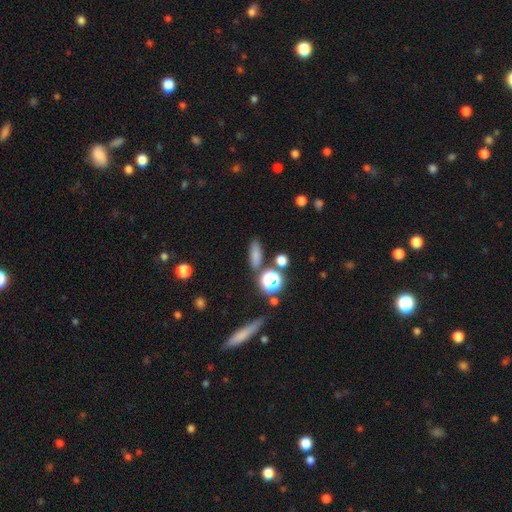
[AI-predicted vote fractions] Smooth or featured? Predicted: smooth (p=0.75). How rounded? Predicted: in between (p=0.58). Merging? Predicted: none (p=0.79).